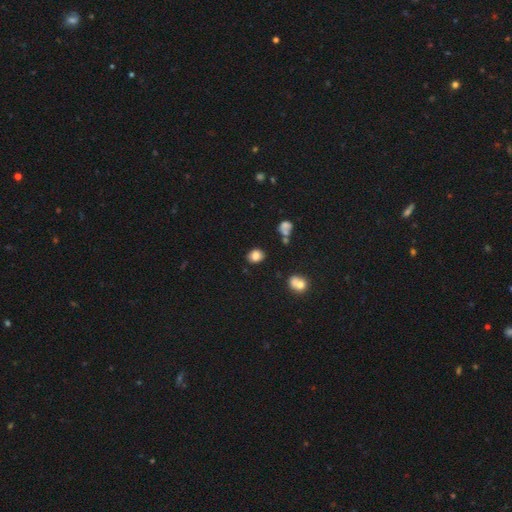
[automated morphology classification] A smooth galaxy with no disk features (80%) that is round (55%). Merging: none (82%).